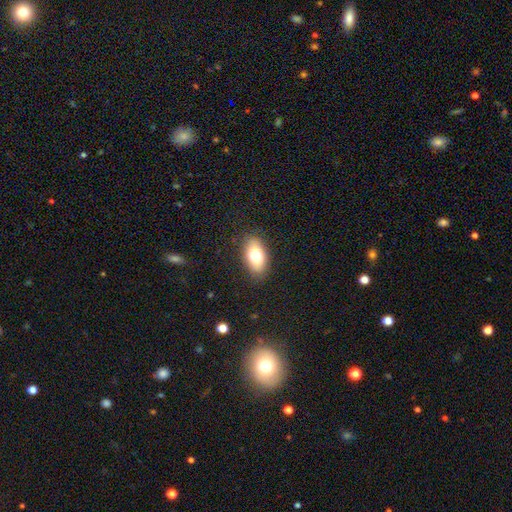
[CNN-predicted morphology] Smooth or featured? smooth (77%)
How rounded? in between (91%)
Merging? none (86%)